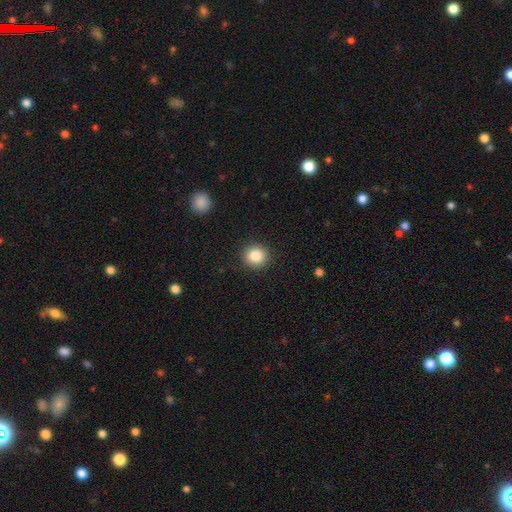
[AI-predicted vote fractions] Smooth or featured: smooth — 85% (star or artifact — 10%)
How rounded: round — 89% (in between — 10%)
Merging: none — 90% (minor disturbance — 6%)